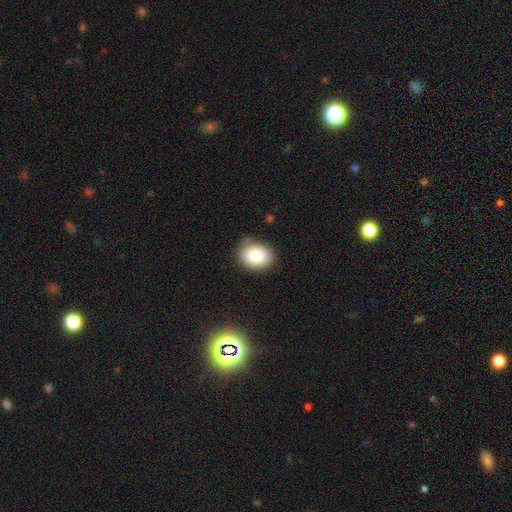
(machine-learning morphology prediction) Smooth or featured? Predicted: smooth (p=0.87). How rounded? Predicted: in between (p=0.69). Merging? Predicted: none (p=0.80).